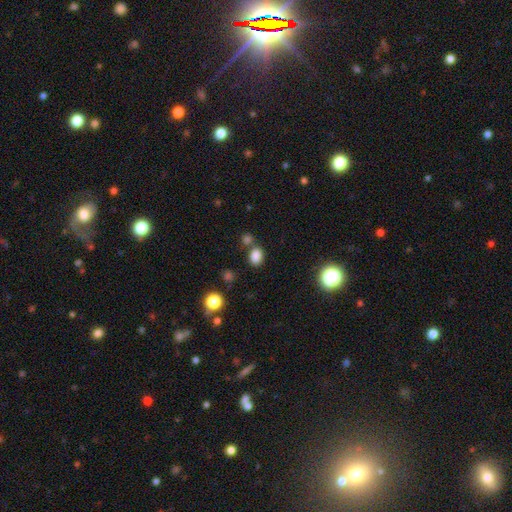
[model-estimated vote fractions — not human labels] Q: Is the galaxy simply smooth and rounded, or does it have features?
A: smooth — 82%.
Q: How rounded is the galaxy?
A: in between — 64%.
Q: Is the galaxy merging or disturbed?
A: none — 66%.